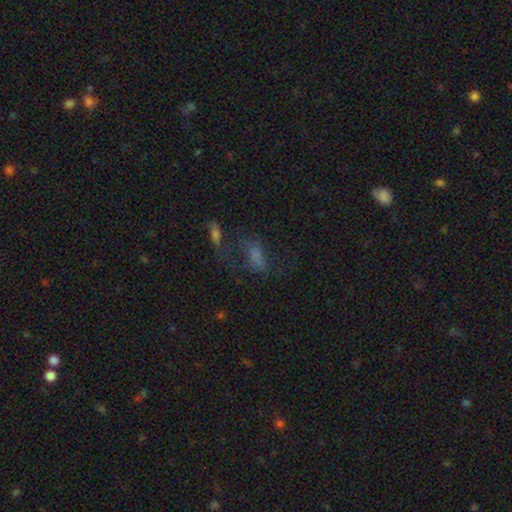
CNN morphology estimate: Smooth or featured? smooth (44%)
Merging? none (35%)